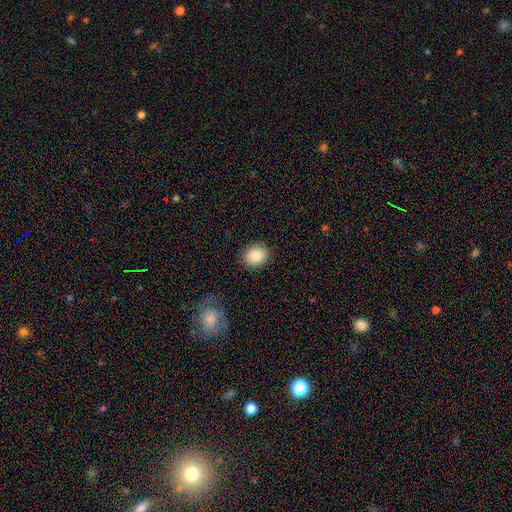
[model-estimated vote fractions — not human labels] smooth-or-featured: smooth: 86% | star or artifact: 8% | featured or disk: 6%
  how-rounded: round: 63% | in between: 37% | cigar-shaped: 1%
  merging: none: 89% | minor disturbance: 8% | major disturbance: 2% | merger: 1%